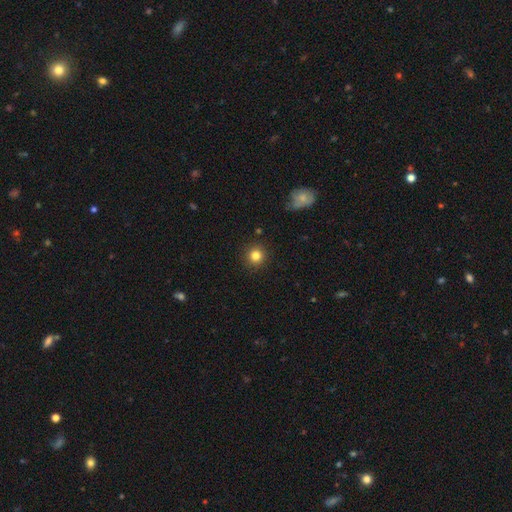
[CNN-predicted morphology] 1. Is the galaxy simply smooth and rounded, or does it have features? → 83% smooth, 11% star or artifact, 6% featured or disk.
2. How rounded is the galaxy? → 93% round, 6% in between, 1% cigar-shaped.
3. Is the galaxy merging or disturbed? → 90% none, 6% minor disturbance, 2% major disturbance, 1% merger.